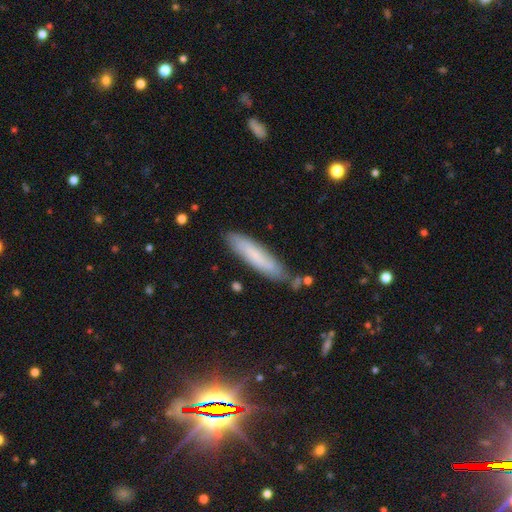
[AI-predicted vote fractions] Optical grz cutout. It shows a smooth galaxy with no disk features (65%) that is cigar-shaped (81%). Merging: none (77%).